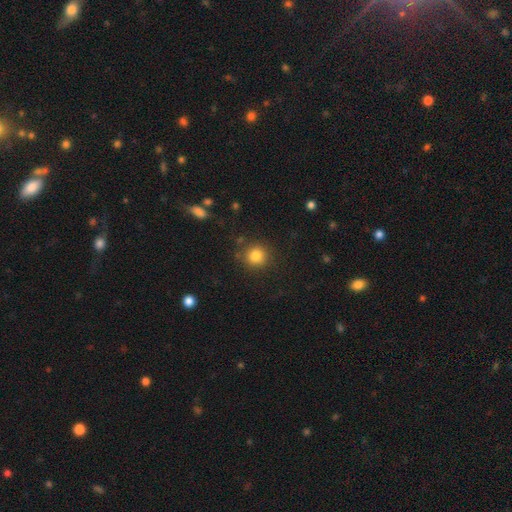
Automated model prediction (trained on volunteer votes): A smooth galaxy with no disk features (83%) that is round (91%). Merging: none (85%).